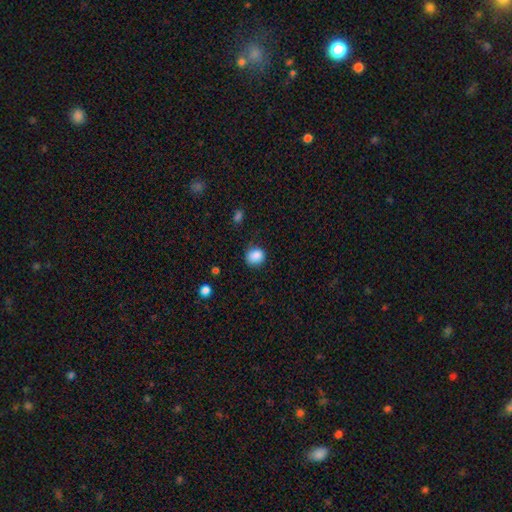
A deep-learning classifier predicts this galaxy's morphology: A smooth galaxy with no disk features (87%) that is round (79%).

Vote fractions:
- Smooth or featured? smooth: 87% / star or artifact: 9% / featured or disk: 4%
- How rounded? round: 79% / in between: 21% / cigar-shaped: 1%
- Merging? none: 74% / minor disturbance: 20% / major disturbance: 5% / merger: 2%